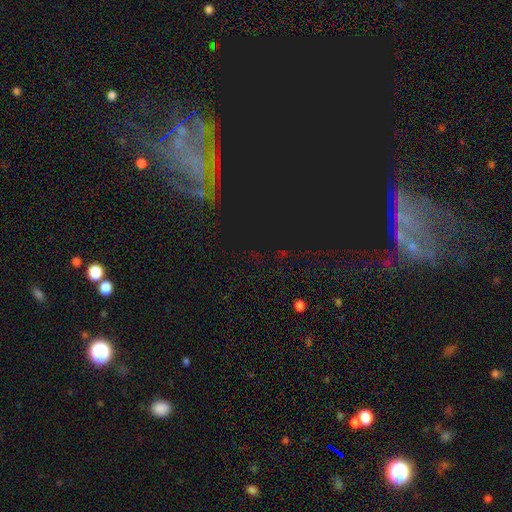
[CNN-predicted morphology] A star or artifact, not a galaxy (77%).

Vote fractions:
- Smooth or featured? star or artifact: 77% / smooth: 15% / featured or disk: 8%